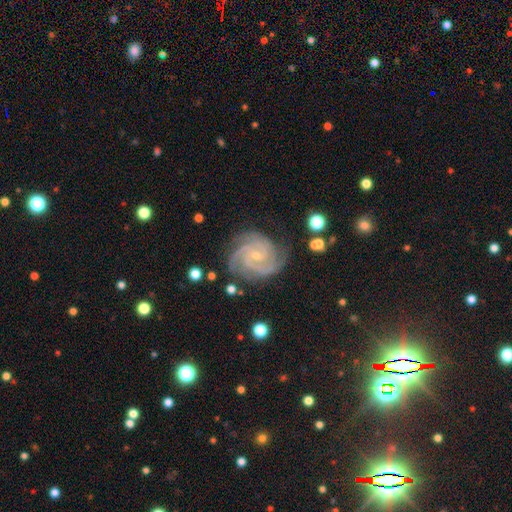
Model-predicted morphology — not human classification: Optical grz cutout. It shows a featured or disk galaxy (92%) with no bar (62%), 3 (42%) tight (71%) spiral arms (99%) and a small central bulge (79%). Merging: none (79%).